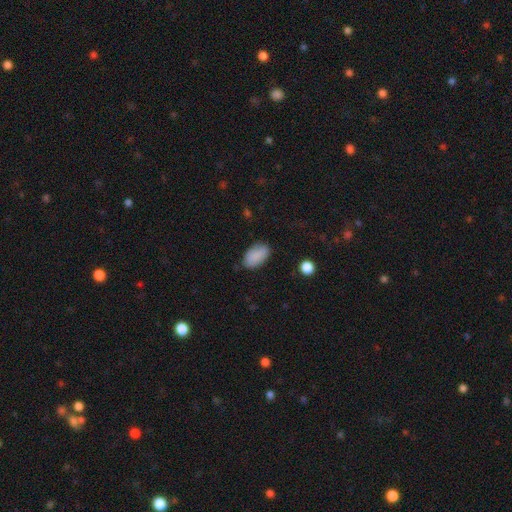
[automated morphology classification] Smooth or featured? Predicted: smooth (p=0.88). How rounded? Predicted: in between (p=0.94). Merging? Predicted: none (p=0.81).